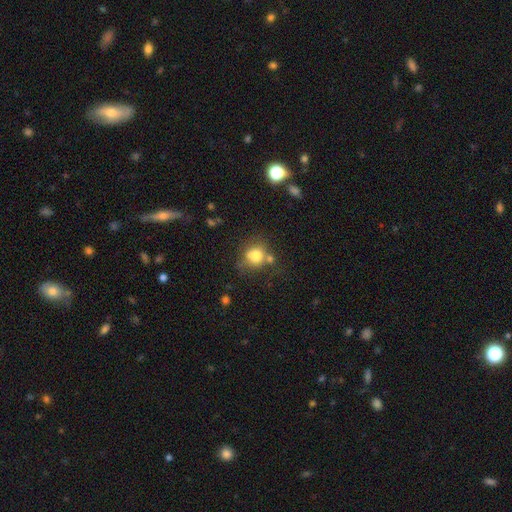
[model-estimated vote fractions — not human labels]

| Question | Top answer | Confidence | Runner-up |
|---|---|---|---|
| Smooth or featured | smooth | 75% | featured or disk (14%) |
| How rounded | round | 76% | in between (23%) |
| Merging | none | 54% | merger (20%) |